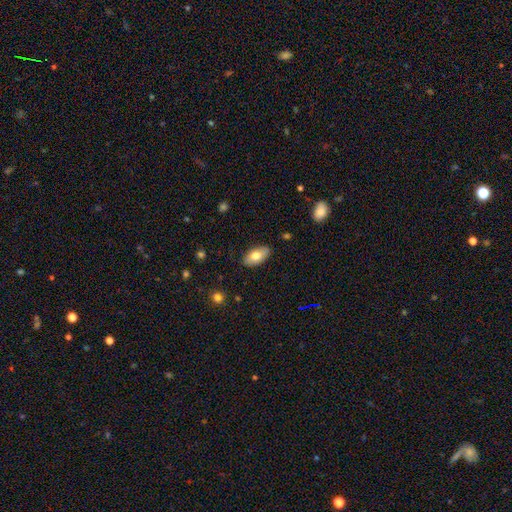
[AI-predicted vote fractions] This appears to be a smooth galaxy with no disk features (73%) that is in between round and cigar-shaped (93%). Merging: none (85%).